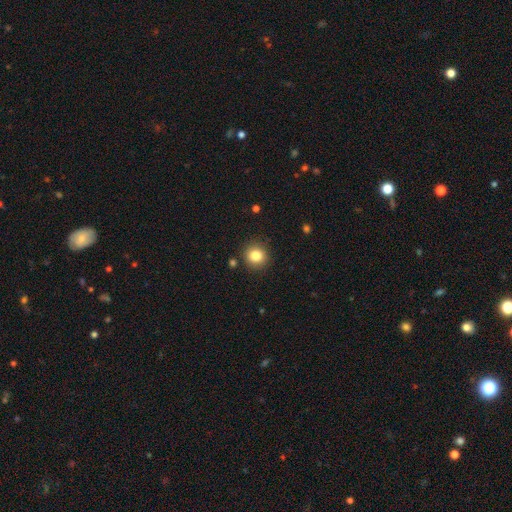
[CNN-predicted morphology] smooth_or_featured: smooth (p=0.84) [alt: star or artifact p=0.11]
how_rounded: round (p=0.89) [alt: in between p=0.10]
merging: none (p=0.89) [alt: minor disturbance p=0.07]